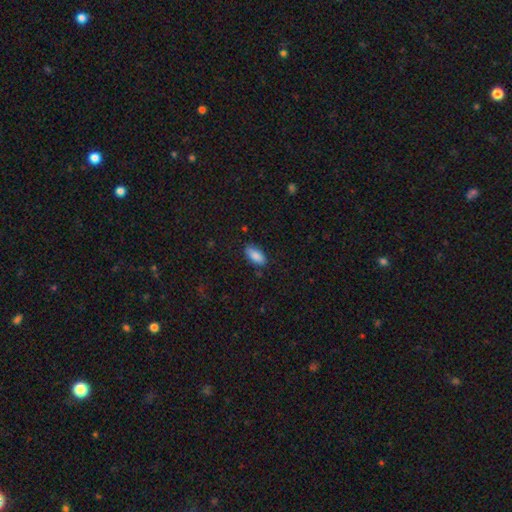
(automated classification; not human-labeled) smooth 88%, star or artifact 7%, featured or disk 5%. Down the decision tree: how rounded — in between (89%); merging — none (82%).